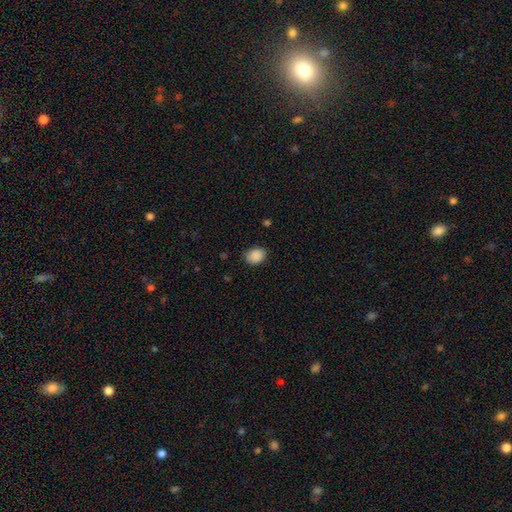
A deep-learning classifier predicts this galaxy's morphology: This appears to be a smooth galaxy with no disk features (89%) that is in between round and cigar-shaped (53%). Merging: none (75%).